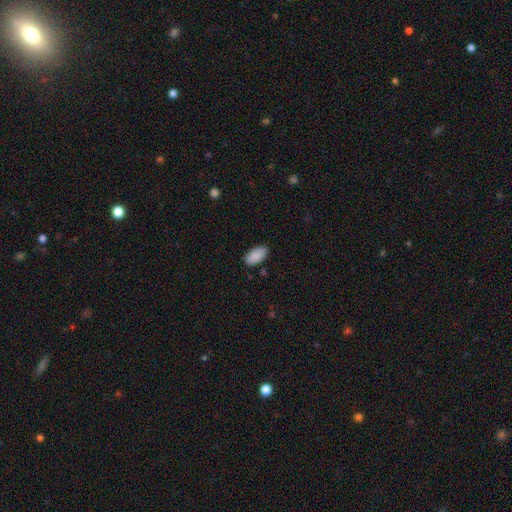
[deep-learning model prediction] Overall: smooth (90%). How rounded: in between (94%). Merging: none (86%).